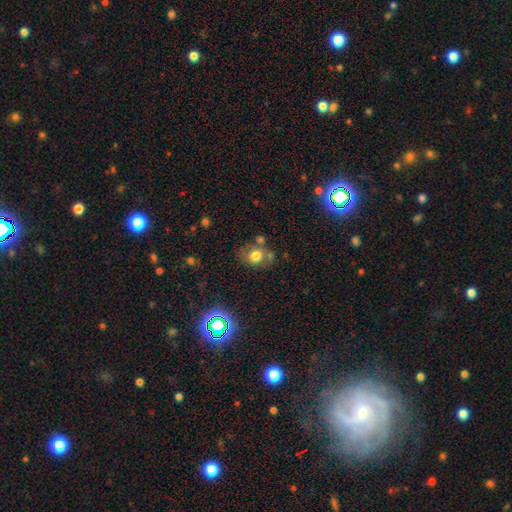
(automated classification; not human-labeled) Overall: smooth (71%). How rounded: round (54%; in between 45%). Merging: none (61%).